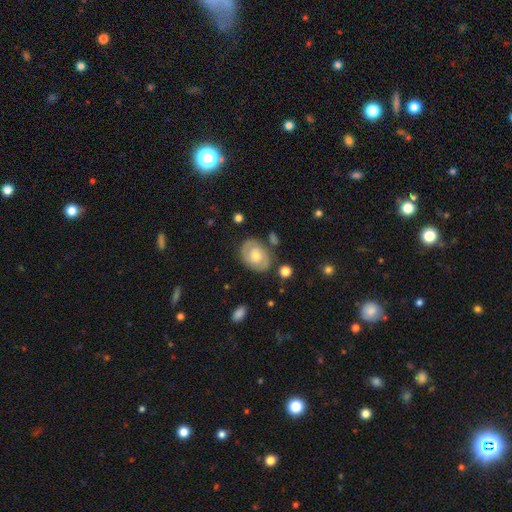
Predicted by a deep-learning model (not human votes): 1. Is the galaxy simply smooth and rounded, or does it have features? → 67% featured or disk, 27% smooth, 7% star or artifact.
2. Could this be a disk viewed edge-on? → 97% no, 3% yes.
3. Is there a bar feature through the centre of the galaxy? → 67% no, 28% weak, 5% strong.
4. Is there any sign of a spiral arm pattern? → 83% yes, 17% no.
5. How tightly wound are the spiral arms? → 55% tight, 35% medium, 10% loose.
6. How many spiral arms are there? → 74% 2, 16% can't tell, 4% 3, 3% 1, 1% 4, 1% more than 4.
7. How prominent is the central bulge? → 57% moderate, 37% small, 4% large, 2% none, 1% dominant.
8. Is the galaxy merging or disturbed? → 76% none, 15% minor disturbance, 5% major disturbance, 3% merger.